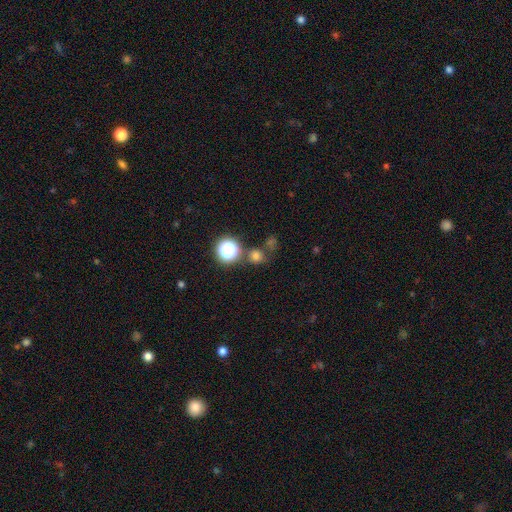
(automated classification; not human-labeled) smooth_or_featured: smooth (p=0.67) [alt: star or artifact p=0.26]
how_rounded: round (p=0.86) [alt: in between p=0.13]
merging: none (p=0.68) [alt: merger p=0.17]